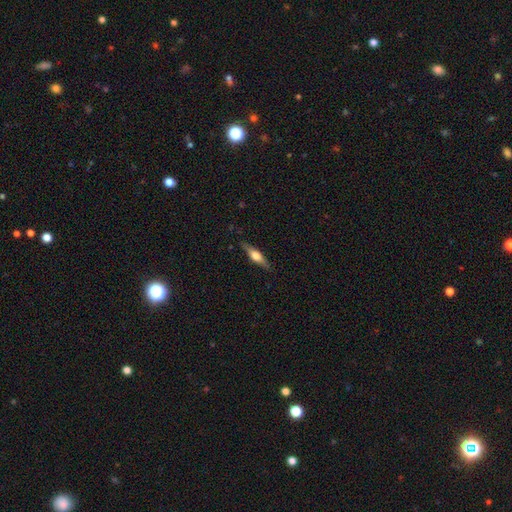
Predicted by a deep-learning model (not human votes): The model was most divided on "smooth or featured": featured or disk: 59%, smooth: 35%, star or artifact: 6%. More confident: edge-on disk — yes (96%); edge-on bulge — rounded (88%); merging — none (86%).